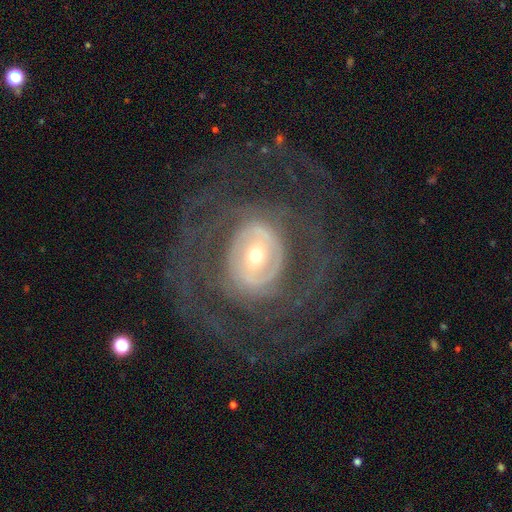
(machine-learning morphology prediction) smooth-or-featured: featured or disk: 84% | smooth: 9% | star or artifact: 6%
  disk-edge-on: no: 96% | yes: 4%
    bar: no: 47% | weak: 33% | strong: 20%
    has-spiral-arms: yes: 85% | no: 15%
      spiral-winding: tight: 56% | medium: 31% | loose: 13%
      spiral-arm-count: can't tell: 33% | 2: 32% | 3: 12% | 4: 9% | more than 4: 7% | 1: 7%
    bulge-size: small: 49% | moderate: 41% | large: 8% | dominant: 2% | none: 1%
  merging: none: 71% | major disturbance: 16% | minor disturbance: 12% | merger: 1%